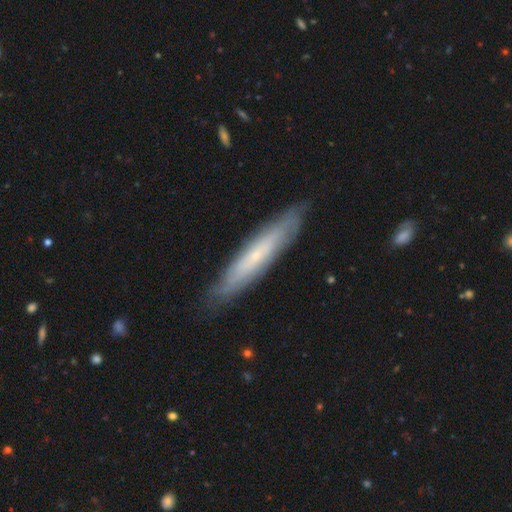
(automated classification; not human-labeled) This appears to be a featured or disk galaxy (56%) viewed edge-on (61%). Merging: none (83%).